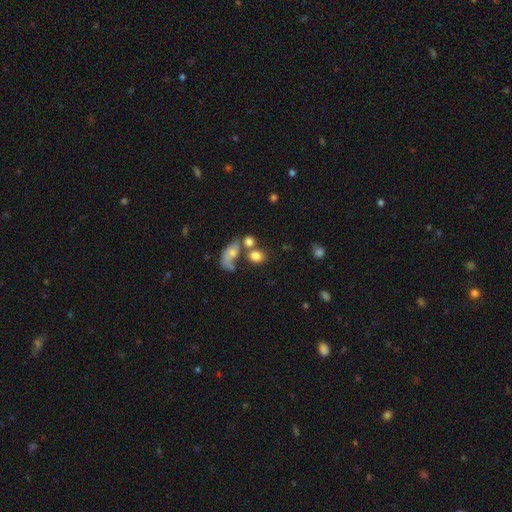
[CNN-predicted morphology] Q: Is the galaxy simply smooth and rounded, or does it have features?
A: smooth — 74%.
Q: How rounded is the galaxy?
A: in between — 59%.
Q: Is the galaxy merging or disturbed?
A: merger — 40%.